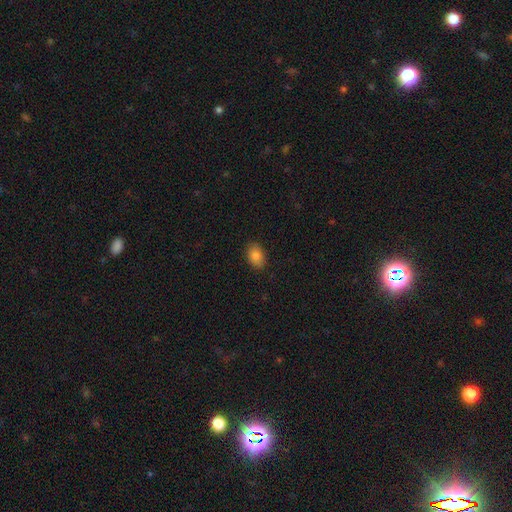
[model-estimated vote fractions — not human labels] The model was most divided on "how rounded": in between: 84%, round: 15%, cigar-shaped: 1%. More confident: merging — none (88%); smooth or featured — smooth (84%).